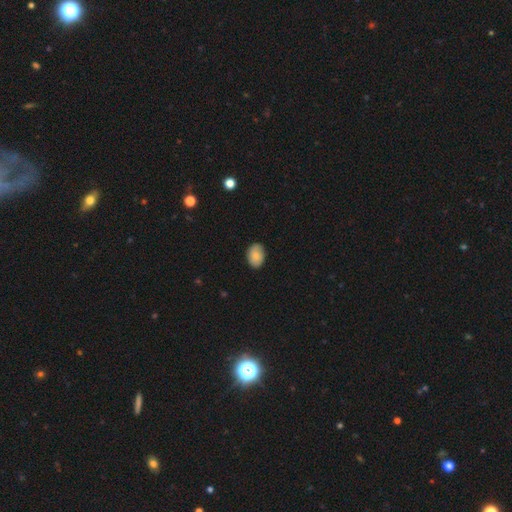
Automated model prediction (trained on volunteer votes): Smooth or featured: smooth — 82% (featured or disk — 10%)
How rounded: in between — 79% (round — 20%)
Merging: none — 84% (minor disturbance — 13%)